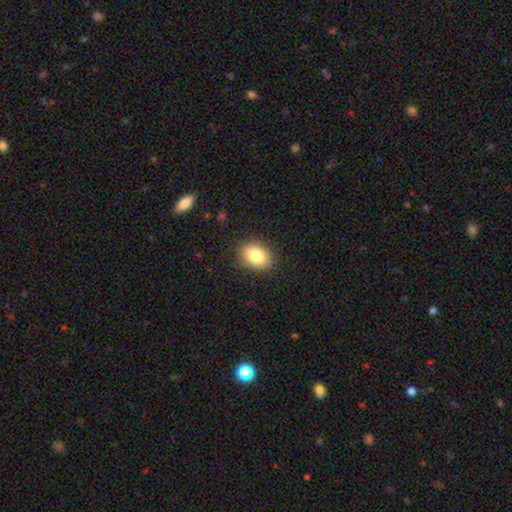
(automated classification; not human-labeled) smooth 83%, star or artifact 9%, featured or disk 8%. Down the decision tree: how rounded — in between (65%); merging — none (87%).